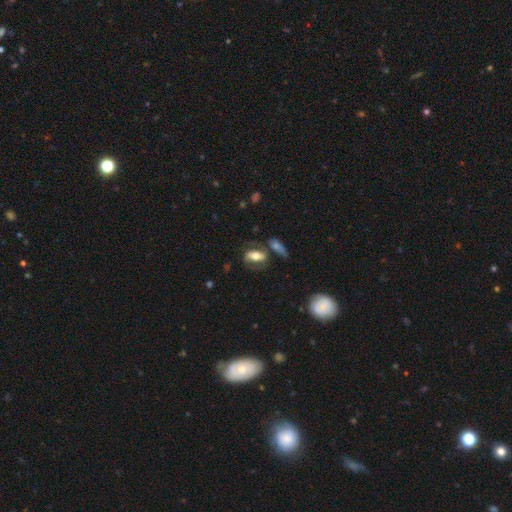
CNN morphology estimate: A featured or disk galaxy (46%, tied with smooth). Merging: none (51%).